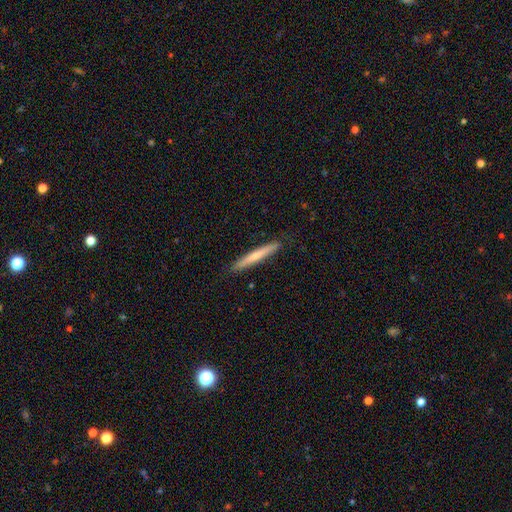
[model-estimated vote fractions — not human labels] A smooth galaxy with no disk features (54%) that is cigar-shaped (96%).

Vote fractions:
- Smooth or featured? smooth: 54% / featured or disk: 40% / star or artifact: 6%
- How rounded? cigar-shaped: 96% / in between: 3% / round: 1%
- Merging? none: 88% / minor disturbance: 9% / major disturbance: 2% / merger: 1%